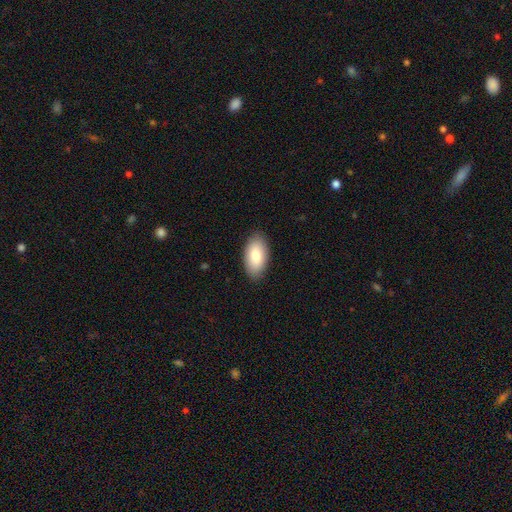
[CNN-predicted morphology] Smooth or featured? smooth (80%)
How rounded? in between (94%)
Merging? none (87%)